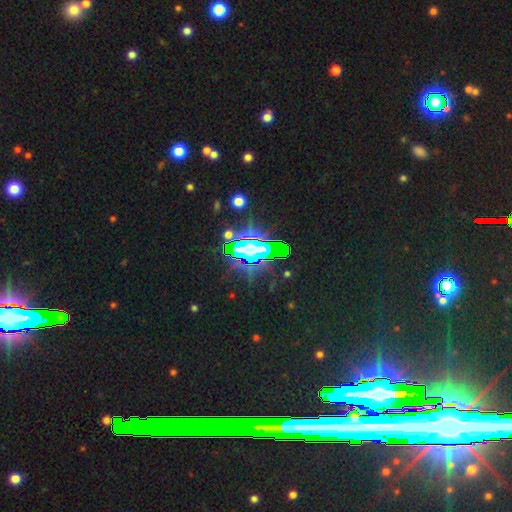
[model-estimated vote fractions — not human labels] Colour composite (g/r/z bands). It shows a star or artifact, not a galaxy (73%).